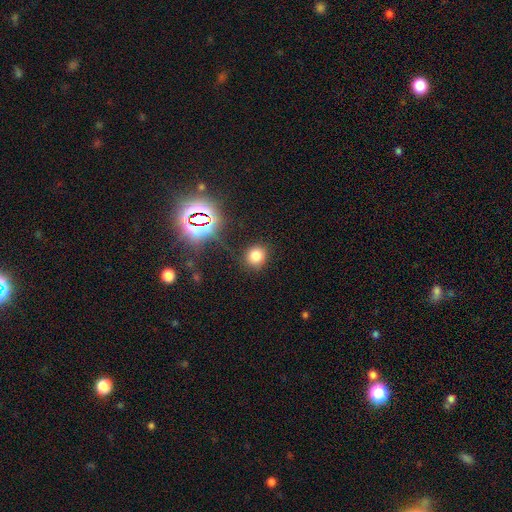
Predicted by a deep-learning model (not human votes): Q: Smooth or featured?
A: smooth (75%); runner-up: star or artifact (18%)
Q: How rounded?
A: round (79%); runner-up: in between (20%)
Q: Merging?
A: none (83%); runner-up: minor disturbance (11%)